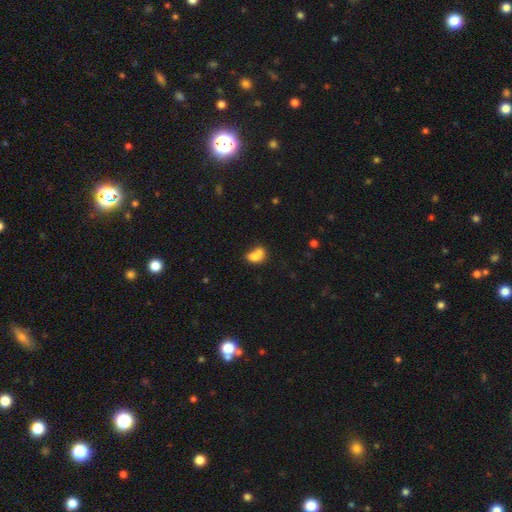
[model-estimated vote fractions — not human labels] The model was most divided on "merging": merger: 56%, none: 24%, minor disturbance: 12%, major disturbance: 8%. More confident: smooth or featured — smooth (75%); how rounded — in between (70%).